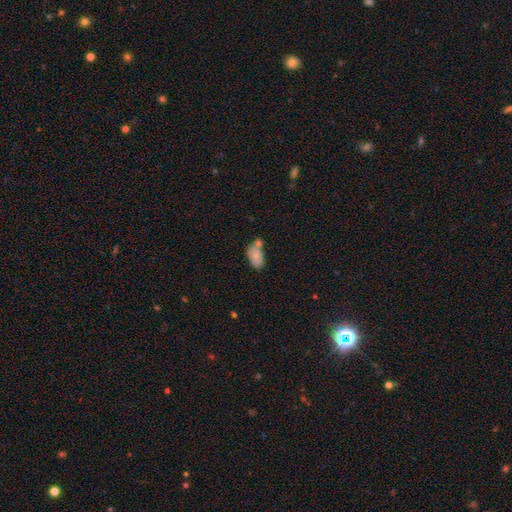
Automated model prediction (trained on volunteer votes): Smooth or featured: smooth — 79% (featured or disk — 13%)
How rounded: in between — 91% (round — 6%)
Merging: none — 39% (merger — 37%)